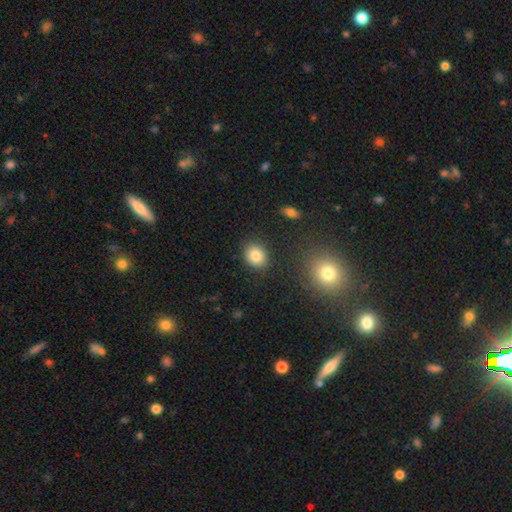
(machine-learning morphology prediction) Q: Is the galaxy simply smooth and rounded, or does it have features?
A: smooth — 84%.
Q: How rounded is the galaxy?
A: round — 59%.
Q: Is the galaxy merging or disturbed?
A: none — 87%.